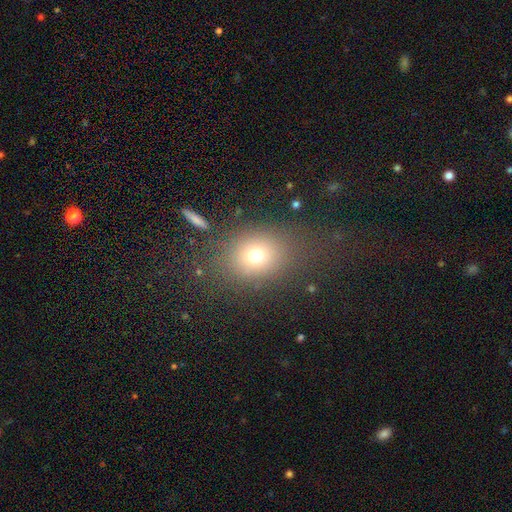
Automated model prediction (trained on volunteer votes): Smooth or featured?
  - smooth: 72% *
  - star or artifact: 16%
  - featured or disk: 12%
How rounded?
  - round: 50% *
  - in between: 49%
  - cigar-shaped: 2%
Merging?
  - none: 74% *
  - minor disturbance: 12%
  - major disturbance: 9%
  - merger: 4%